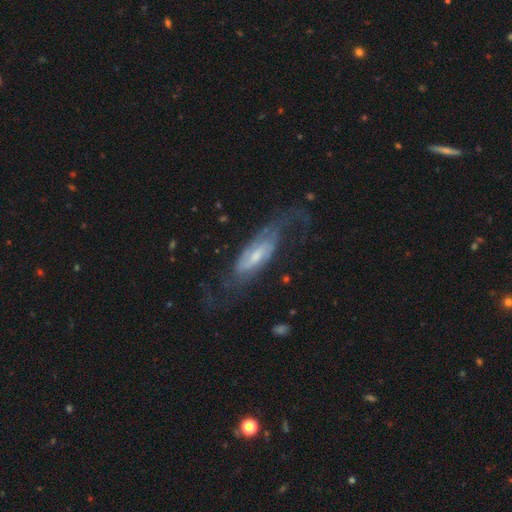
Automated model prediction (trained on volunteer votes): Q: Smooth or featured?
A: featured or disk (76%); runner-up: smooth (17%)
Q: Edge-on disk?
A: no (82%); runner-up: yes (18%)
Q: Bar?
A: weak (46%); runner-up: no (36%)
Q: Spiral arms?
A: yes (90%); runner-up: no (10%)
Q: Spiral winding?
A: medium (40%); runner-up: loose (39%)
Q: Spiral arm count?
A: 2 (65%); runner-up: can't tell (19%)
Q: Bulge size?
A: moderate (44%); runner-up: small (41%)
Q: Merging?
A: none (54%); runner-up: major disturbance (25%)